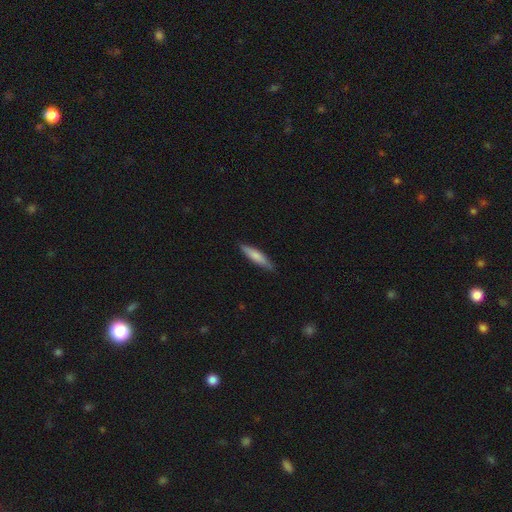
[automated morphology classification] This is likely a smooth galaxy (75%). How rounded: clearly cigar-shaped (80%). Merging: clearly none (85%).